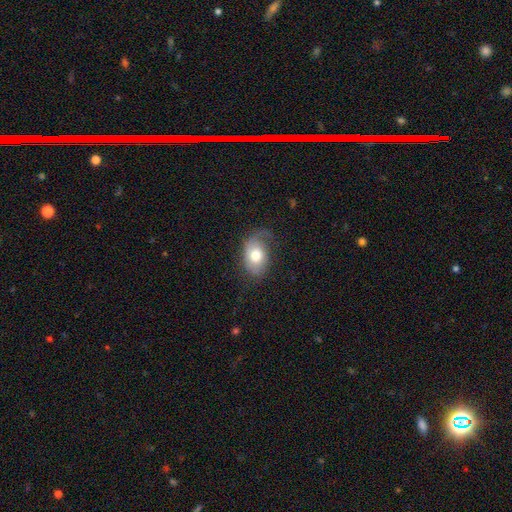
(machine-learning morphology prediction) type=smooth (55%); roundness=in between (77%); merging=none (48%).